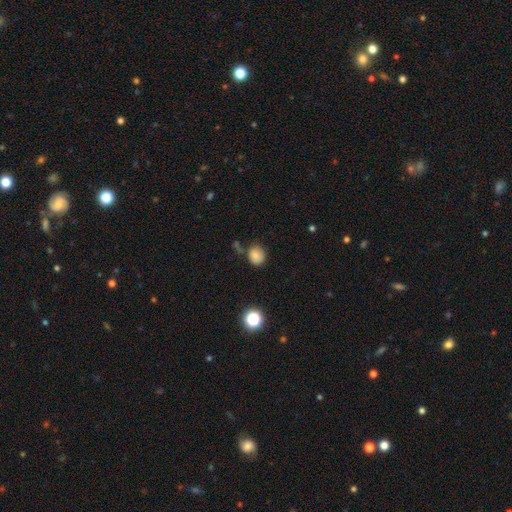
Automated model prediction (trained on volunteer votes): A smooth galaxy with no disk features (82%) that is round (67%). Merging: none (69%).